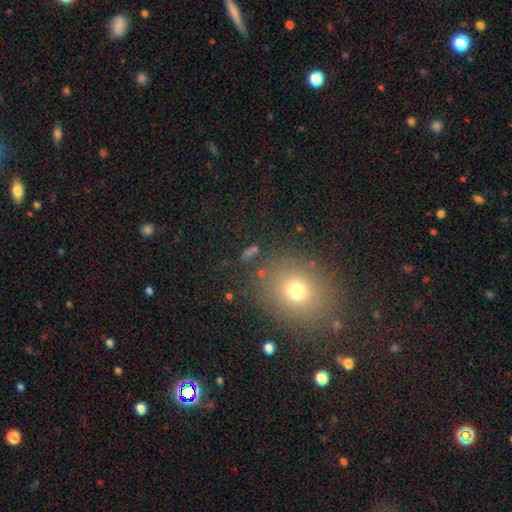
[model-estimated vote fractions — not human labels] smooth-or-featured: smooth: 64% | star or artifact: 26% | featured or disk: 10%
  how-rounded: round: 64% | in between: 35% | cigar-shaped: 1%
  merging: none: 85% | minor disturbance: 9% | major disturbance: 3% | merger: 3%